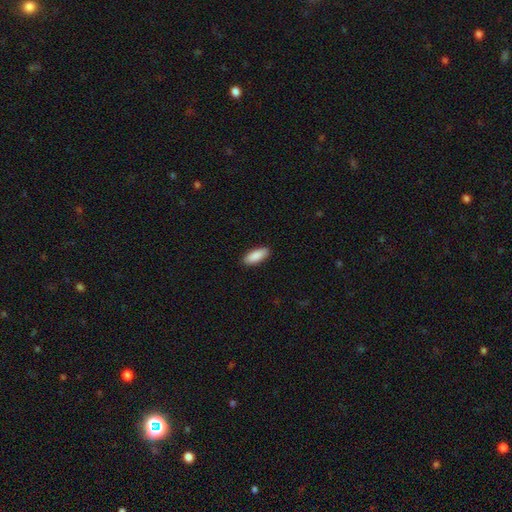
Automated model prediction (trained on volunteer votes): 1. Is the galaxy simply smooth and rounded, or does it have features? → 90% smooth, 5% star or artifact, 4% featured or disk.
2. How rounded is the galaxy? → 79% in between, 20% cigar-shaped, 2% round.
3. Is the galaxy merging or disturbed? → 90% none, 8% minor disturbance, 2% major disturbance, 1% merger.